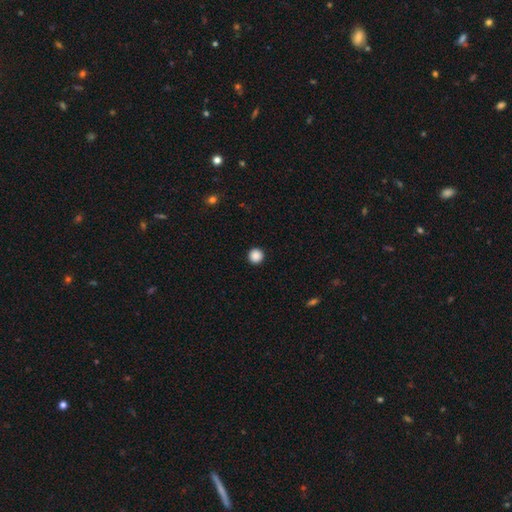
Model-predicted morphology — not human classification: Smooth or featured: smooth — 88% (star or artifact — 10%)
How rounded: round — 96% (in between — 3%)
Merging: none — 94% (minor disturbance — 4%)